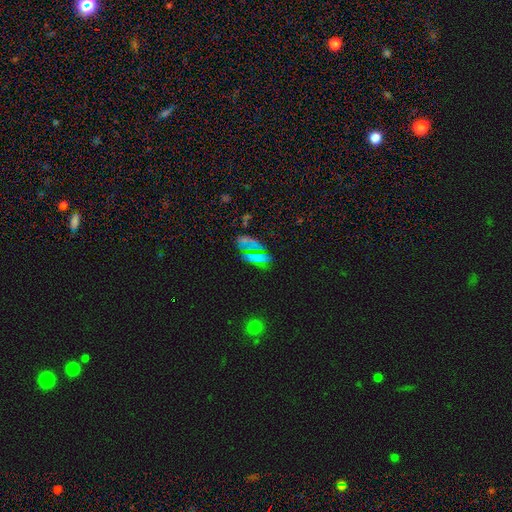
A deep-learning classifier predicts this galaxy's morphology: This appears to be a star or artifact, not a galaxy (39%).